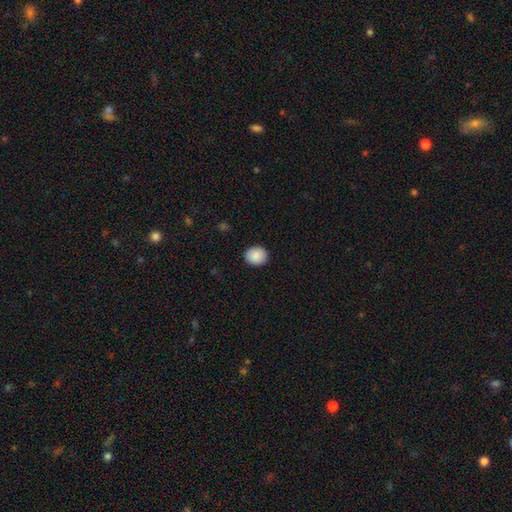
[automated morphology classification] smooth-or-featured: smooth: 89% | star or artifact: 7% | featured or disk: 4%
  how-rounded: round: 65% | in between: 34% | cigar-shaped: 1%
  merging: none: 90% | minor disturbance: 7% | major disturbance: 2% | merger: 1%